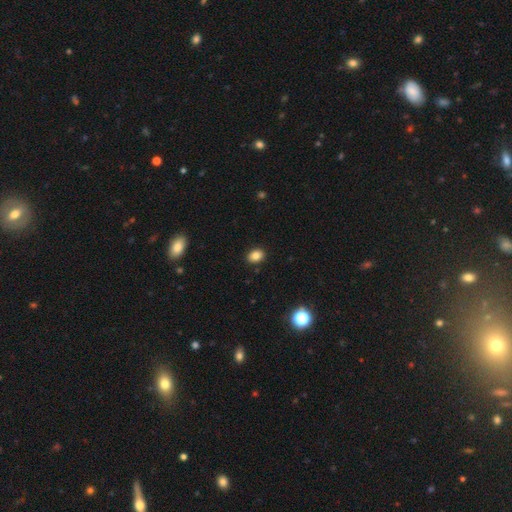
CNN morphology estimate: The model was most divided on "how rounded": in between: 64%, round: 35%, cigar-shaped: 1%. More confident: merging — none (89%); smooth or featured — smooth (84%).